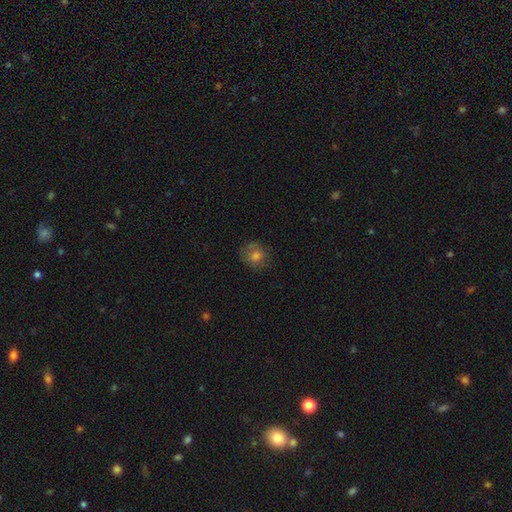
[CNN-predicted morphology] This appears to be a smooth galaxy with no disk features (72%) that is round (77%). Merging: none (68%).